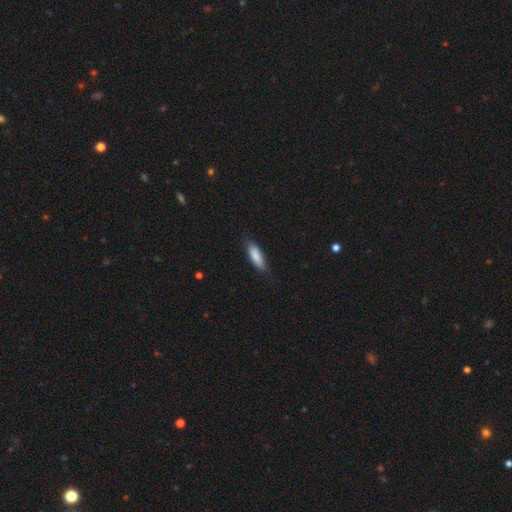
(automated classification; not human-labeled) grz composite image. It shows a smooth galaxy with no disk features (86%) that is in between round and cigar-shaped (57%). Merging: none (81%).